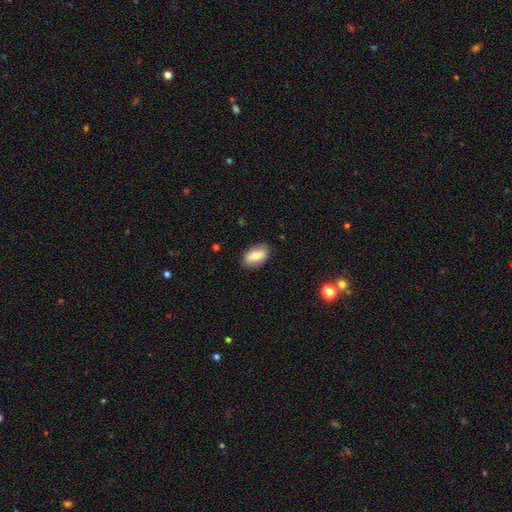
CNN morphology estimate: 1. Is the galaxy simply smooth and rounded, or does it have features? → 74% smooth, 19% featured or disk, 7% star or artifact.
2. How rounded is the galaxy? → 90% in between, 5% cigar-shaped, 5% round.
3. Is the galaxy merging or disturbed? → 85% none, 11% minor disturbance, 2% major disturbance, 1% merger.